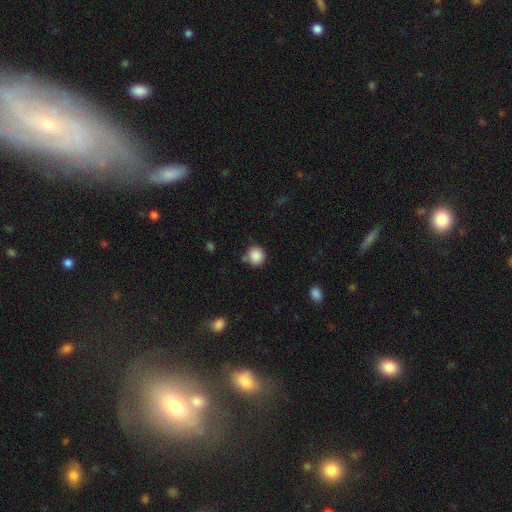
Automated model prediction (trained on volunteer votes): Smooth or featured: smooth — 87% (star or artifact — 9%)
How rounded: round — 88% (in between — 11%)
Merging: none — 78% (minor disturbance — 12%)